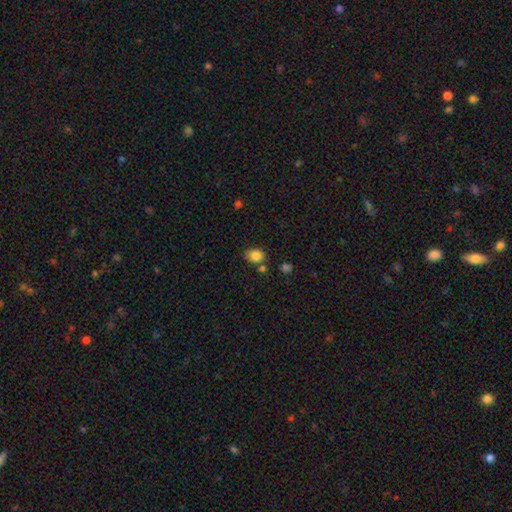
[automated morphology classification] Smooth or featured? Predicted: smooth (p=0.84). How rounded? Predicted: in between (p=0.56). Merging? Predicted: none (p=0.71).